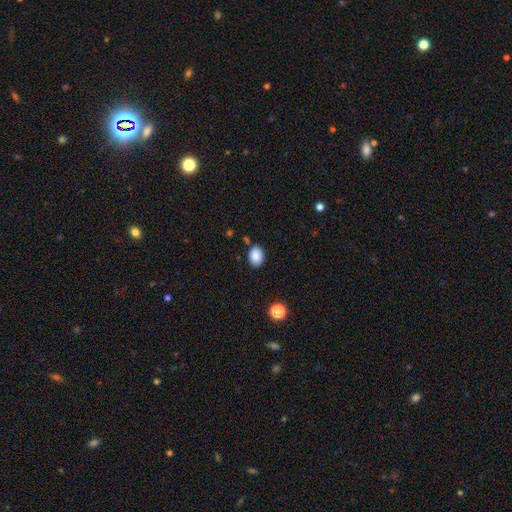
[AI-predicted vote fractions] Overall: smooth (88%). How rounded: in between (68%; round 31%). Merging: none (83%).